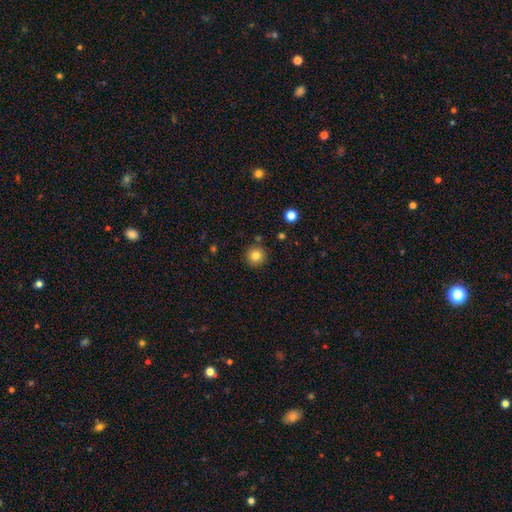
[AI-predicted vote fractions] Morphology: type=smooth (82%); roundness=round (94%); merging=none (87%).